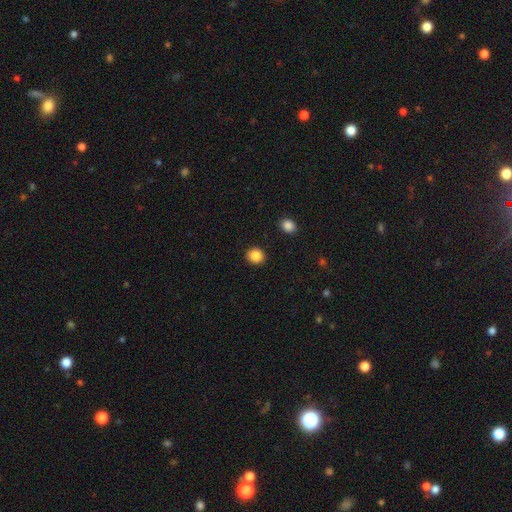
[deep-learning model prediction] A smooth galaxy with no disk features (87%) that is round (84%). Merging: none (91%).